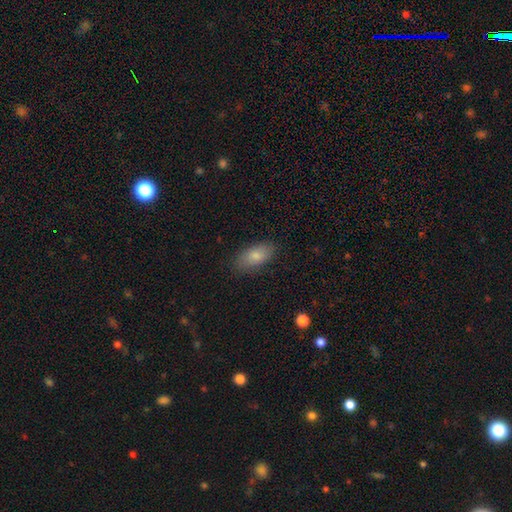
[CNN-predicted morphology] Smooth or featured?
  - smooth: 83% *
  - featured or disk: 10%
  - star or artifact: 7%
How rounded?
  - in between: 89% *
  - cigar-shaped: 7%
  - round: 3%
Merging?
  - none: 84% *
  - minor disturbance: 12%
  - major disturbance: 3%
  - merger: 1%